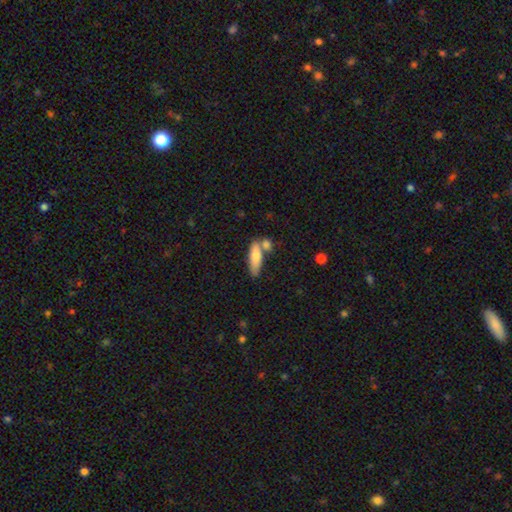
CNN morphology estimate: Overall: smooth (76%). How rounded: in between (49%; cigar-shaped 48%). Merging: none (53%; merger 27%).